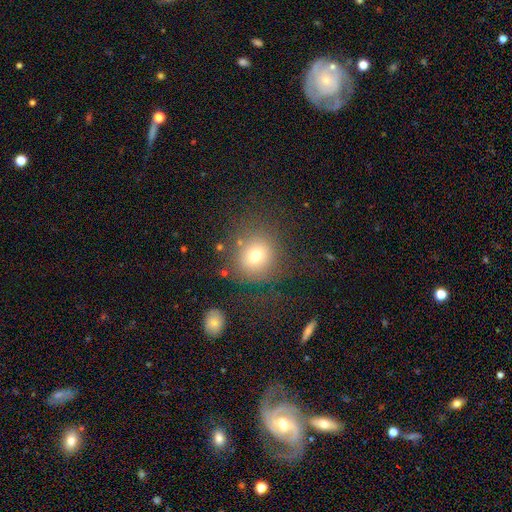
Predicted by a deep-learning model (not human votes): Smooth or featured? smooth (72%)
How rounded? round (84%)
Merging? none (74%)